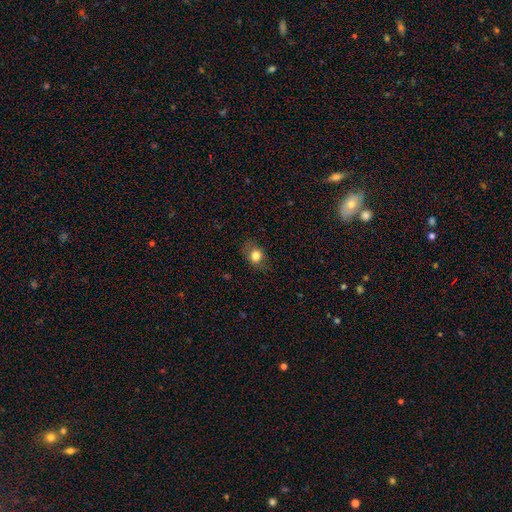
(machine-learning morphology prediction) Smooth or featured? smooth (79%)
How rounded? round (50%)
Merging? none (78%)